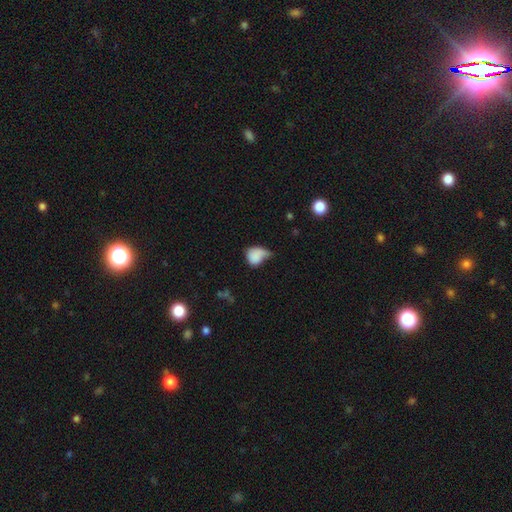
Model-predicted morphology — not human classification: smooth 79%, featured or disk 13%, star or artifact 8%. Down the decision tree: how rounded — round (51%); merging — minor disturbance (39%).